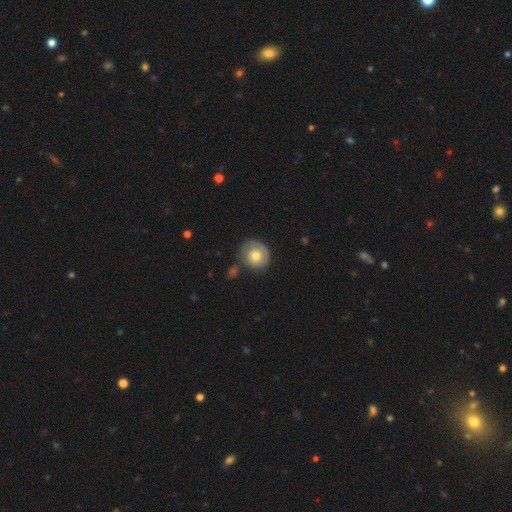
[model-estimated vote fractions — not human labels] Smooth or featured?
  - smooth: 66% *
  - featured or disk: 27%
  - star or artifact: 7%
How rounded?
  - round: 88% *
  - in between: 11%
  - cigar-shaped: 1%
Merging?
  - none: 65% *
  - minor disturbance: 21%
  - major disturbance: 7%
  - merger: 6%